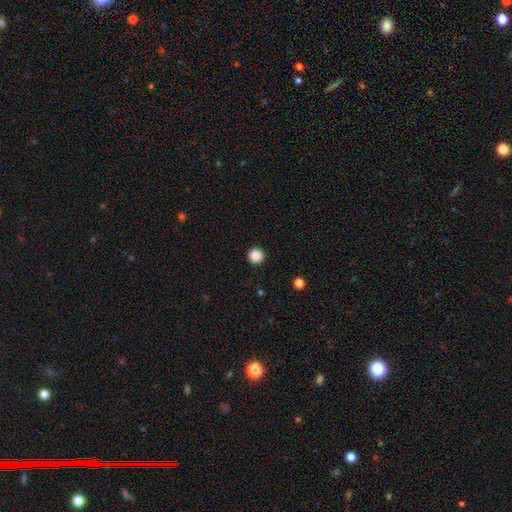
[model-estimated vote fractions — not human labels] smooth 86%, star or artifact 11%, featured or disk 3%. Down the decision tree: how rounded — round (97%); merging — none (94%).